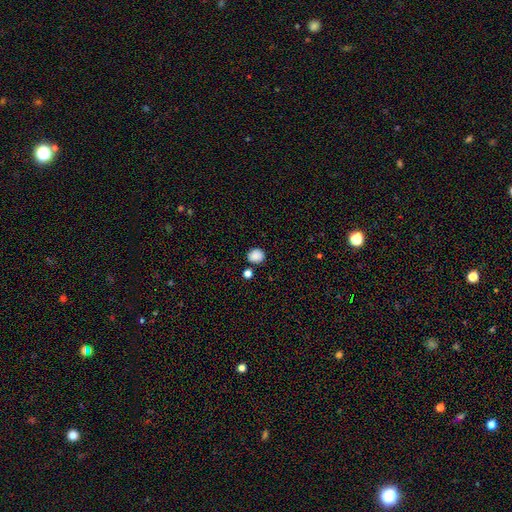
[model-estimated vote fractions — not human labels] Q: Smooth or featured?
A: smooth (86%); runner-up: star or artifact (10%)
Q: How rounded?
A: round (84%); runner-up: in between (15%)
Q: Merging?
A: none (81%); runner-up: minor disturbance (10%)